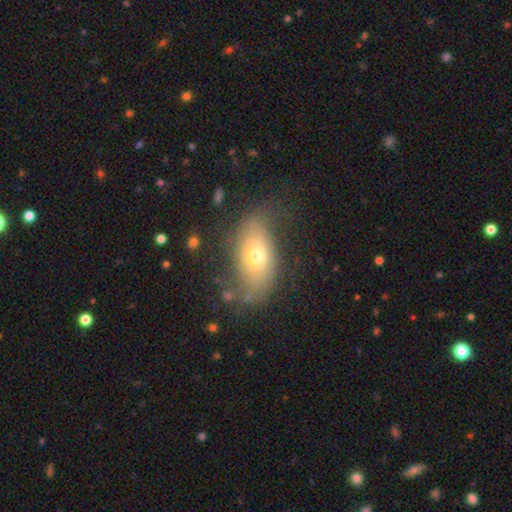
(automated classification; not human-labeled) Smooth or featured? smooth (57%)
How rounded? in between (86%)
Merging? none (59%)